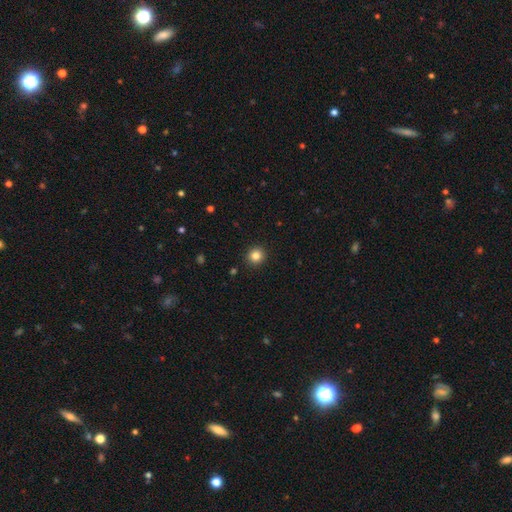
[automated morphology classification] smooth 84%, star or artifact 11%, featured or disk 5%. Down the decision tree: how rounded — round (92%); merging — none (92%).